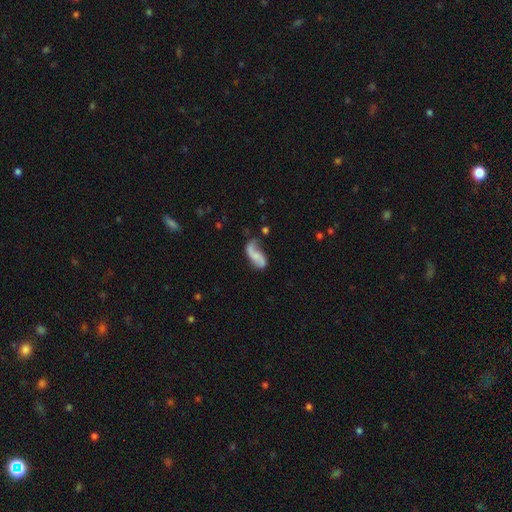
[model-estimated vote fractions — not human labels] This is likely a featured or disk galaxy (60%). It is clearly not viewed edge-on (95%). Bar: likely no (61%). Spiral arm pattern: clearly yes (88%). Spiral arm count: likely 2 (79%). Spiral winding: likely loose (76%). Central bulge: possibly none (49%). Merging: marginally none (44%).